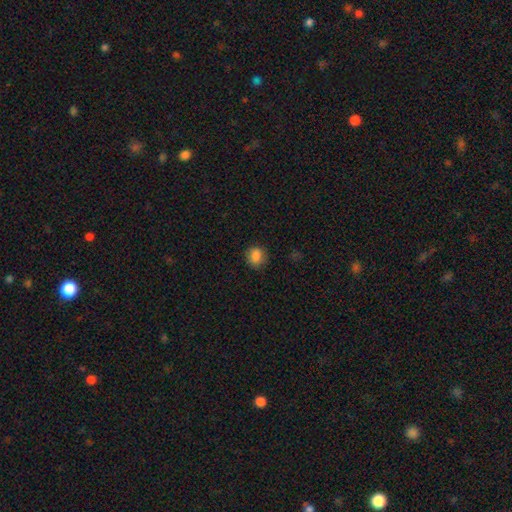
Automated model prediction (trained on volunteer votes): Overall: smooth (85%). How rounded: round (69%; in between 30%). Merging: none (81%).